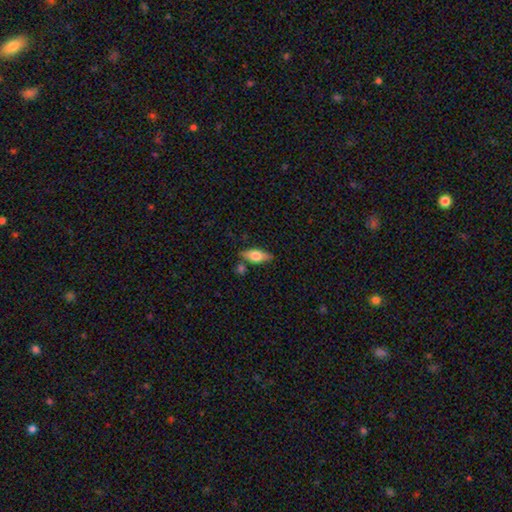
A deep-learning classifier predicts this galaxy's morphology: A smooth galaxy with no disk features (66%) that is in between round and cigar-shaped (77%).

Vote fractions:
- Smooth or featured? smooth: 66% / featured or disk: 28% / star or artifact: 7%
- How rounded? in between: 77% / cigar-shaped: 19% / round: 4%
- Merging? none: 73% / minor disturbance: 15% / merger: 8% / major disturbance: 4%